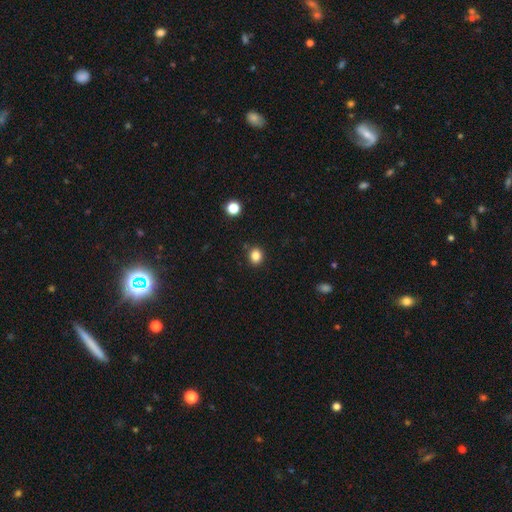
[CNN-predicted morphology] Smooth or featured? Predicted: smooth (p=0.84). How rounded? Predicted: round (p=0.72). Merging? Predicted: none (p=0.88).